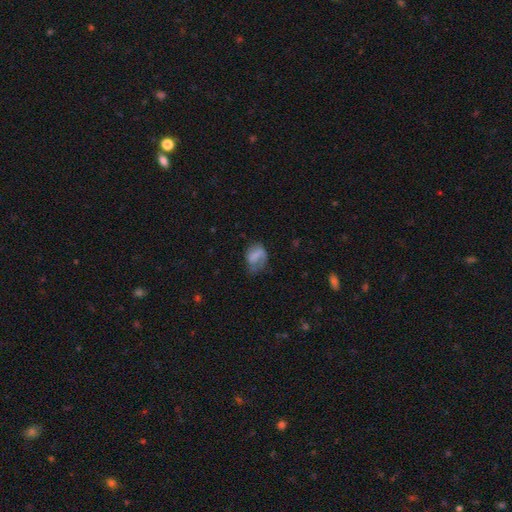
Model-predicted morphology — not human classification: type=smooth (47%); merging=none (41%).